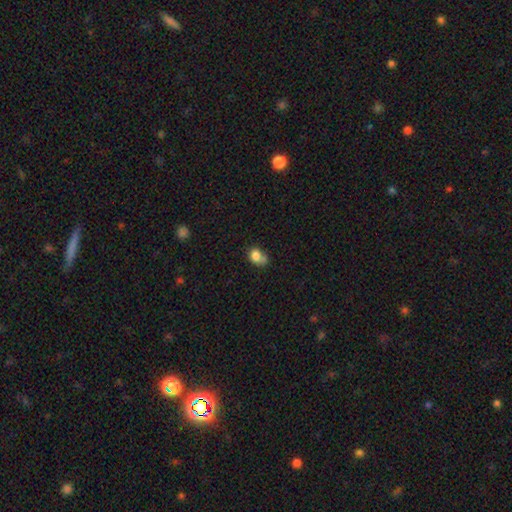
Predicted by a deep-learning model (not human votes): smooth_or_featured: smooth (p=0.80) [alt: star or artifact p=0.11]
how_rounded: in between (p=0.53) [alt: round p=0.45]
merging: none (p=0.36) [alt: minor disturbance p=0.27]